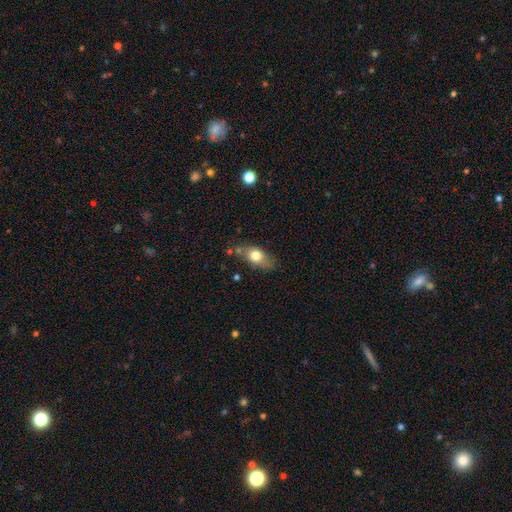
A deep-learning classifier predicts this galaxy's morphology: Overall: smooth (72%). How rounded: in between (77%). Merging: none (65%).